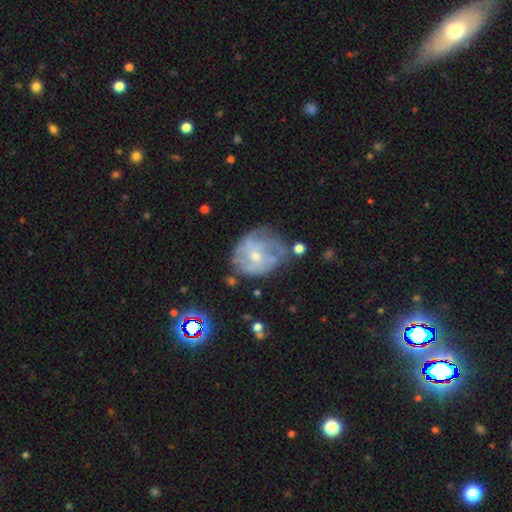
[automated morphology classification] smooth-or-featured: featured or disk: 70% | smooth: 22% | star or artifact: 8%
  disk-edge-on: no: 97% | yes: 3%
    bar: no: 65% | weak: 30% | strong: 5%
    has-spiral-arms: yes: 74% | no: 26%
      spiral-winding: tight: 42% | medium: 37% | loose: 20%
      spiral-arm-count: can't tell: 46% | 3: 18% | 2: 14% | 4: 12% | 1: 5% | more than 4: 5%
    bulge-size: small: 59% | moderate: 36% | none: 3% | large: 1% | dominant: 1%
  merging: none: 50% | minor disturbance: 26% | major disturbance: 19% | merger: 5%